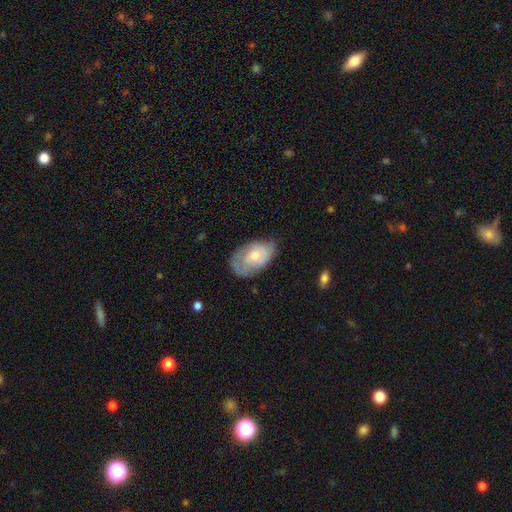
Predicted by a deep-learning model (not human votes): smooth_or_featured: smooth (p=0.53) [alt: featured or disk p=0.41]
how_rounded: in between (p=0.89) [alt: round p=0.10]
merging: none (p=0.51) [alt: minor disturbance p=0.33]